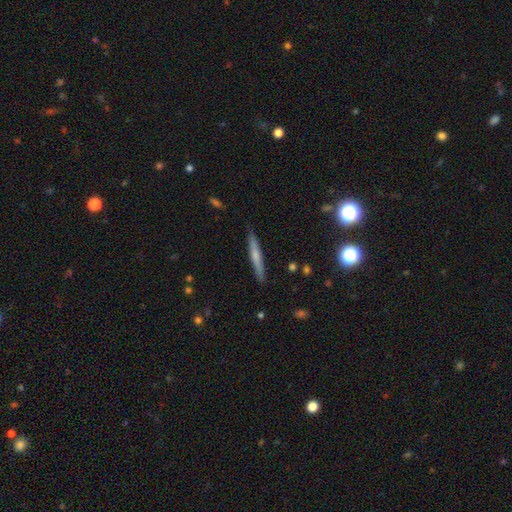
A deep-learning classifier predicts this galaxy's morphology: Overall: smooth (50%; featured or disk 42%). How rounded: cigar-shaped (95%). Merging: none (89%).